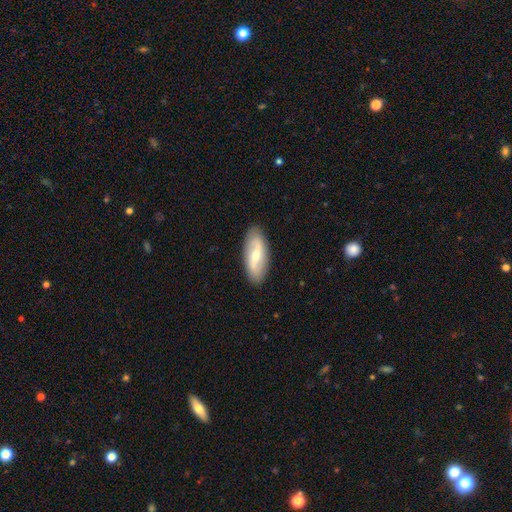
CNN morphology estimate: The model was most divided on "bulge size": moderate: 52%, small: 41%, large: 3%, none: 2%, dominant: 1%. Remaining: merging — none (88%); edge-on disk — no (86%); spiral arms — yes (73%); smooth or featured — featured or disk (58%); bar — weak (47%).